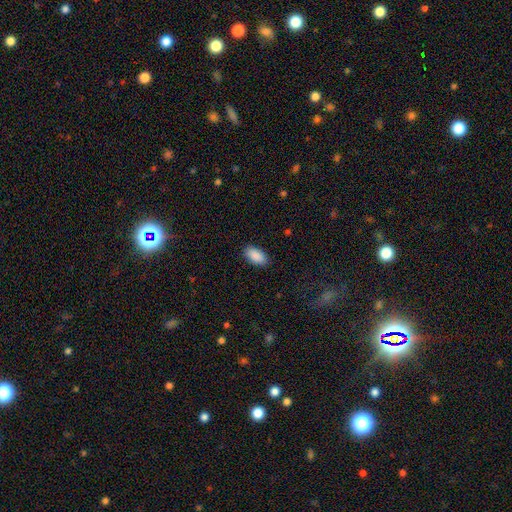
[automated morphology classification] This is clearly a smooth galaxy (90%). How rounded: clearly in between (94%). Merging: clearly none (87%).